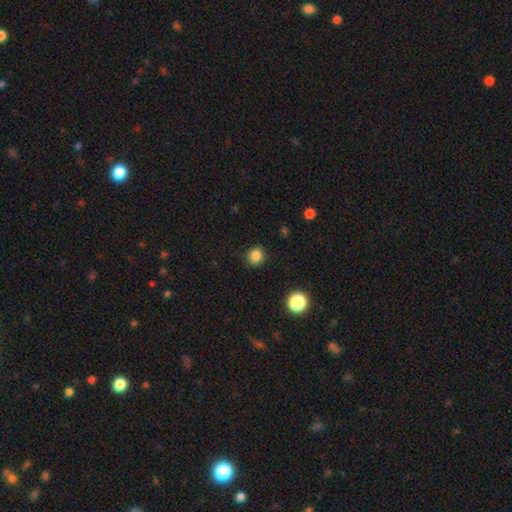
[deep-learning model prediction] Smooth or featured?
  - smooth: 84% *
  - star or artifact: 12%
  - featured or disk: 4%
How rounded?
  - round: 88% *
  - in between: 11%
  - cigar-shaped: 1%
Merging?
  - none: 90% *
  - minor disturbance: 7%
  - major disturbance: 2%
  - merger: 1%